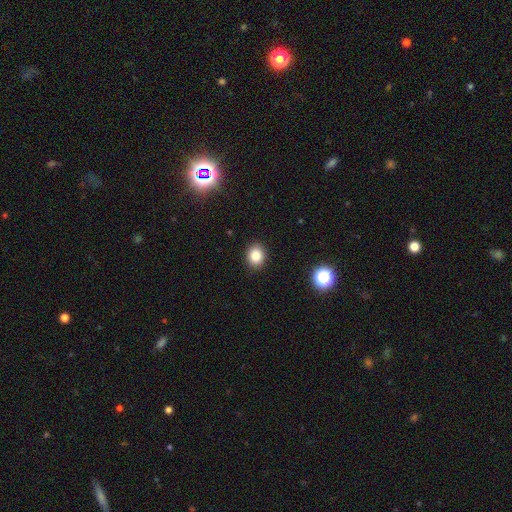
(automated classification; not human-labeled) Smooth or featured? smooth (83%)
How rounded? round (60%)
Merging? none (90%)